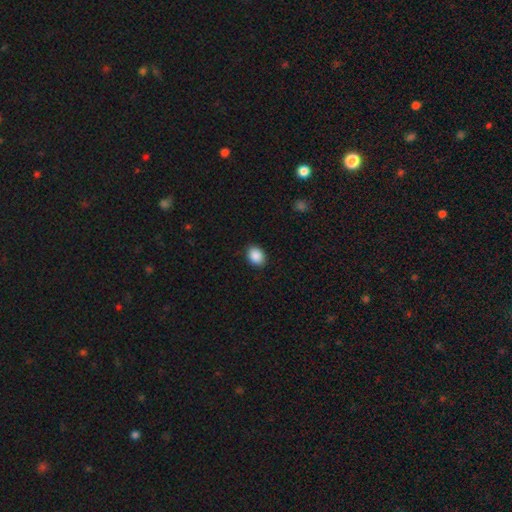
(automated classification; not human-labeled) Morphology: type=smooth (90%); roundness=in between (63%); merging=none (89%).